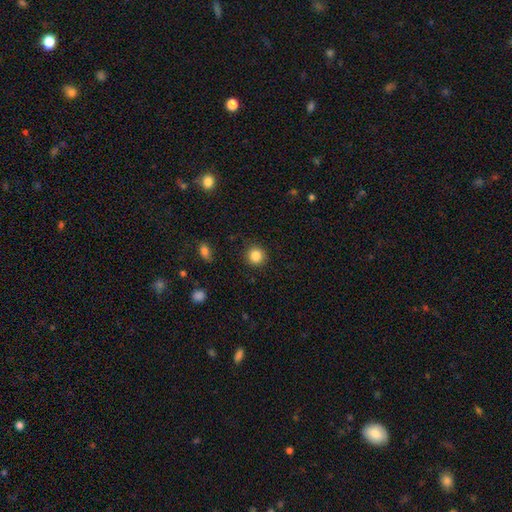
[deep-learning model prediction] Smooth or featured? Predicted: smooth (p=0.85). How rounded? Predicted: round (p=0.93). Merging? Predicted: none (p=0.90).